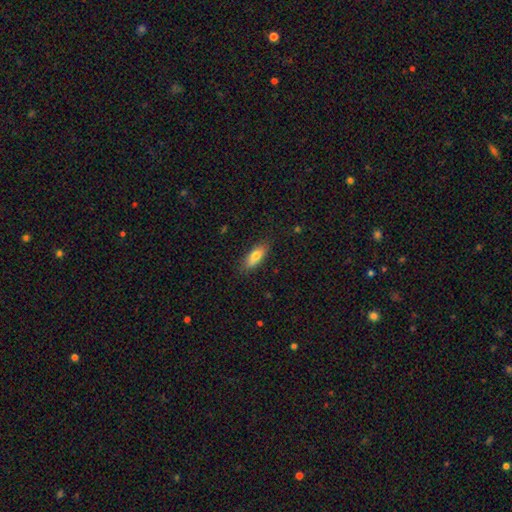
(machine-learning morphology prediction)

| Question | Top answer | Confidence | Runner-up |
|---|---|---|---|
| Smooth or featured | smooth | 76% | featured or disk (17%) |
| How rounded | in between | 73% | cigar-shaped (24%) |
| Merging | none | 83% | minor disturbance (13%) |